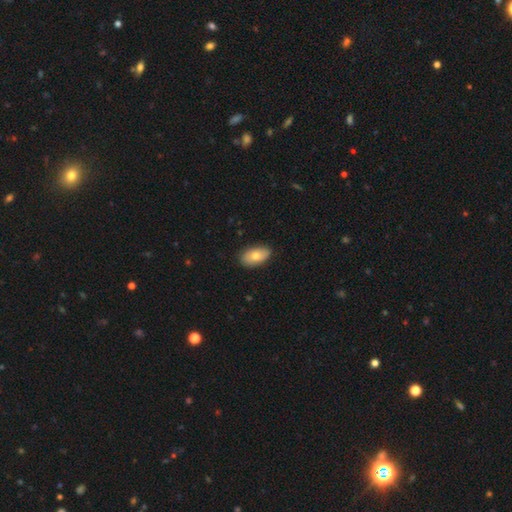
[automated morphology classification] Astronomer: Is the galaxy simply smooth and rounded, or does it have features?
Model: smooth — 75%.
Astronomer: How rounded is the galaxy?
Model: in between — 93%.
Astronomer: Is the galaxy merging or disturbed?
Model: none — 85%.